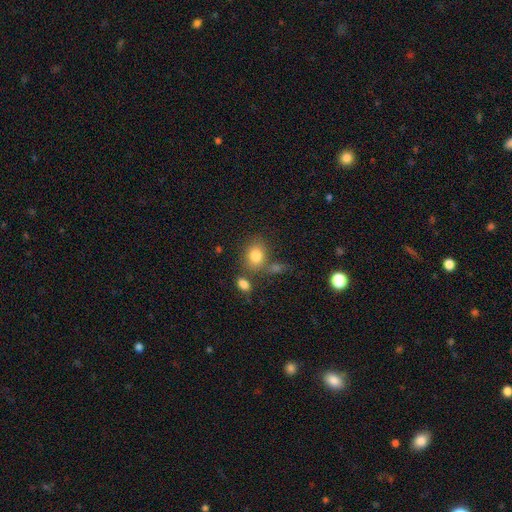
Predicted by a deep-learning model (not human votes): The model was most divided on "how rounded" (2-way tie): in between: 49%, round: 49%, cigar-shaped: 1%. More confident: smooth or featured — smooth (80%); merging — none (61%).